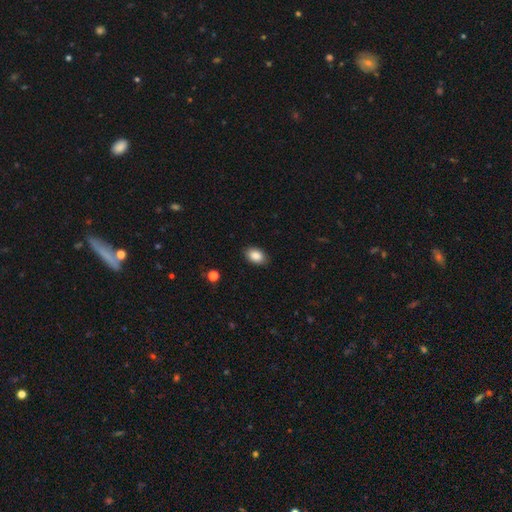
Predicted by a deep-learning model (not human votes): A smooth galaxy with no disk features (88%) that is in between round and cigar-shaped (89%).

Vote fractions:
- Smooth or featured? smooth: 88% / star or artifact: 8% / featured or disk: 5%
- How rounded? in between: 89% / round: 10% / cigar-shaped: 1%
- Merging? none: 87% / minor disturbance: 10% / major disturbance: 2% / merger: 1%